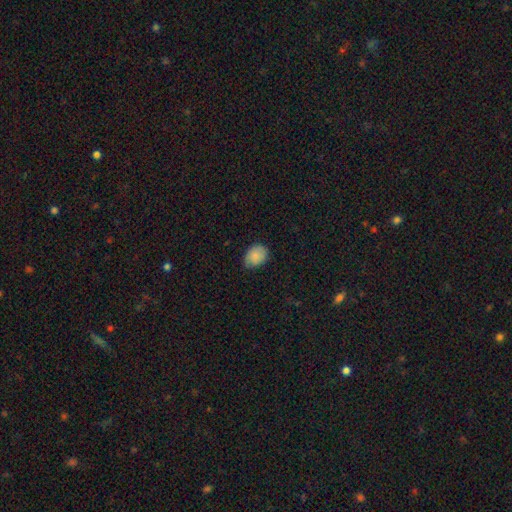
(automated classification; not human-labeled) Smooth or featured: smooth — 86% (star or artifact — 8%)
How rounded: in between — 56% (round — 43%)
Merging: none — 70% (minor disturbance — 26%)